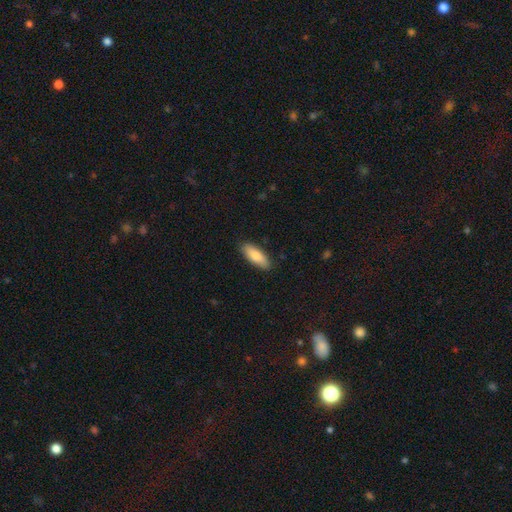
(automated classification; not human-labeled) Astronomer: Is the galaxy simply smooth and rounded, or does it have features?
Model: smooth — 82%.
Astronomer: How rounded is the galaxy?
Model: in between — 69%.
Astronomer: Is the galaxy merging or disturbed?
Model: none — 88%.